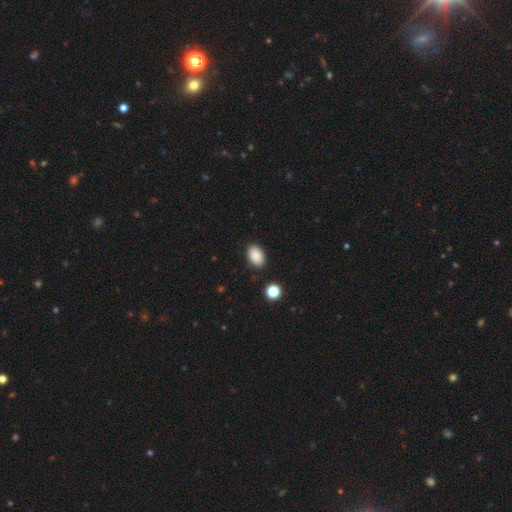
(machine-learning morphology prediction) This is clearly a smooth galaxy (88%). How rounded: clearly in between (87%). Merging: clearly none (87%).